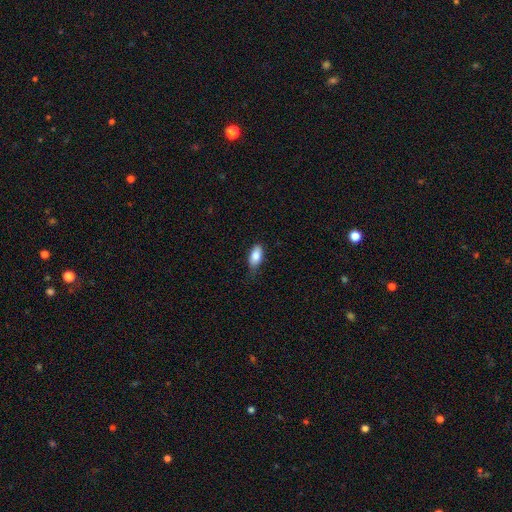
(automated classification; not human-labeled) Smooth or featured: smooth — 83% (featured or disk — 10%)
How rounded: in between — 89% (cigar-shaped — 7%)
Merging: none — 62% (minor disturbance — 31%)